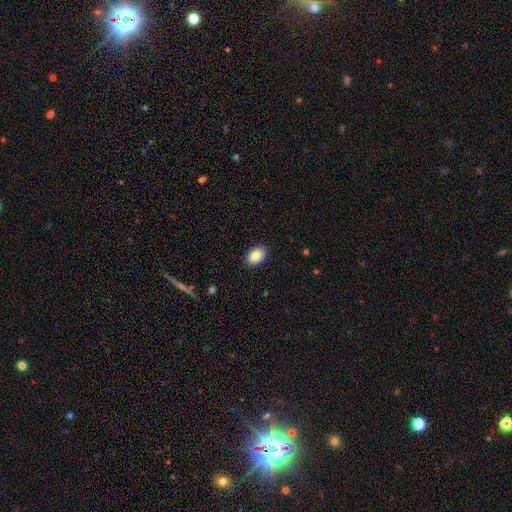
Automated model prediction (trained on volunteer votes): smooth 88%, star or artifact 7%, featured or disk 5%. Down the decision tree: how rounded — in between (85%); merging — none (89%).